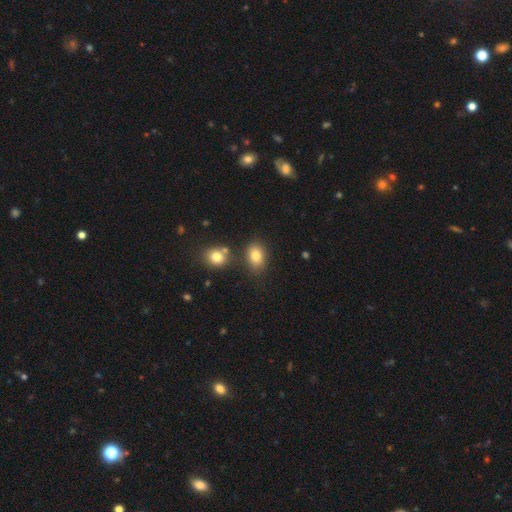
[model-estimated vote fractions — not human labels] Overall: smooth (81%). How rounded: in between (71%). Merging: none (74%).